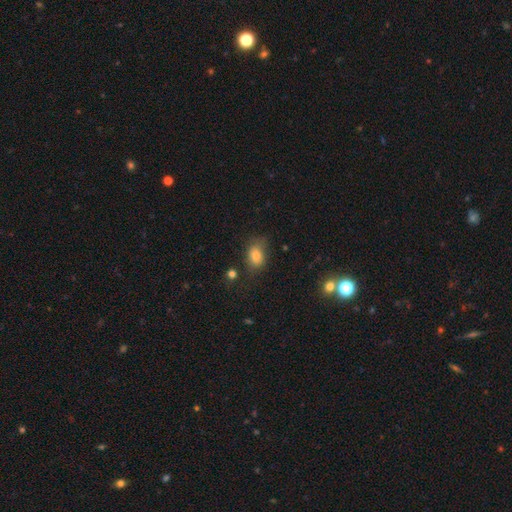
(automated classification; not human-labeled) smooth 80%, star or artifact 11%, featured or disk 9%. Down the decision tree: how rounded — in between (73%); merging — none (64%).